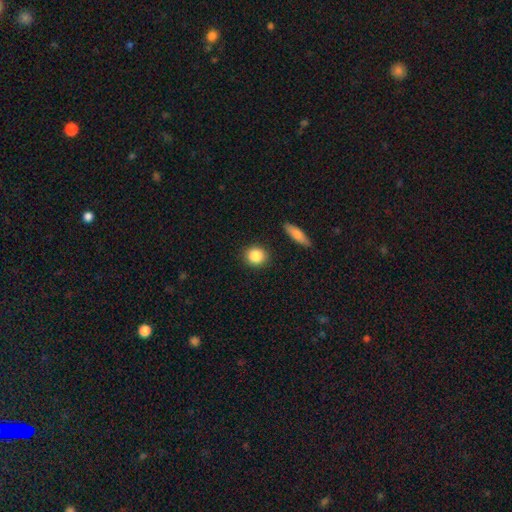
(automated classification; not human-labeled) This appears to be a smooth galaxy with no disk features (87%) that is round (83%). Merging: none (88%).